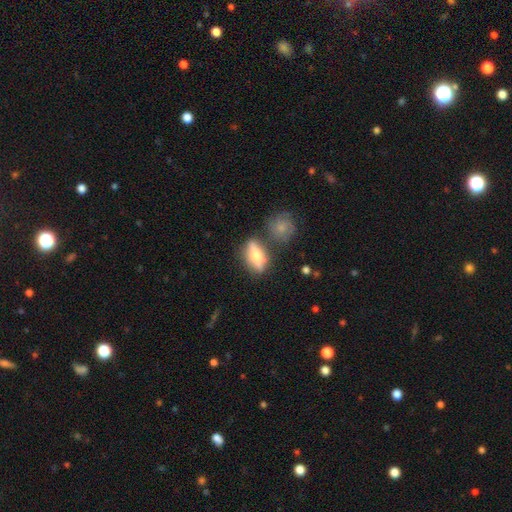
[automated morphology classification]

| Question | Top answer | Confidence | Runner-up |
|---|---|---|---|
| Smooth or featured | featured or disk | 47% | smooth (45%) |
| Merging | none | 74% | minor disturbance (14%) |